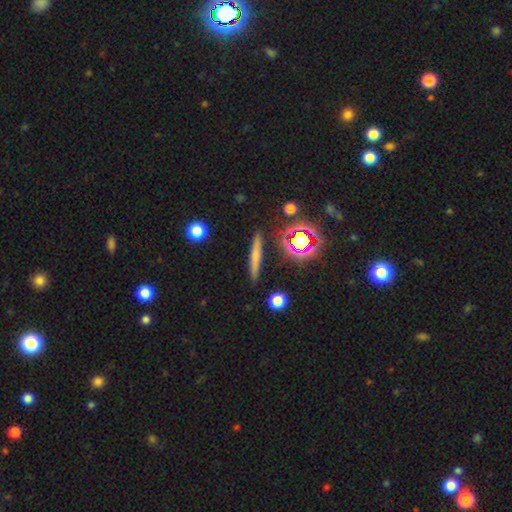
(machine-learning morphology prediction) smooth_or_featured: smooth (p=0.62) [alt: featured or disk p=0.25]
how_rounded: cigar-shaped (p=0.89) [alt: in between p=0.05]
merging: none (p=0.89) [alt: minor disturbance p=0.07]